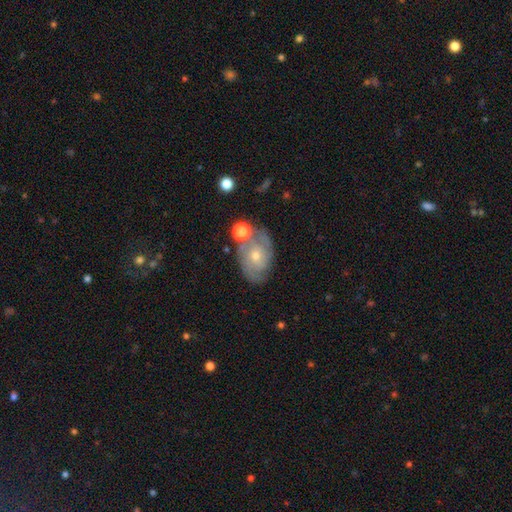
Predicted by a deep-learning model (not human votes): Smooth or featured: featured or disk — 66% (smooth — 25%)
Edge-on disk: no — 96% (yes — 4%)
Bar: no — 78% (weak — 19%)
Spiral arms: yes — 81% (no — 19%)
Spiral winding: tight — 52% (medium — 36%)
Spiral arm count: 2 — 47% (can't tell — 33%)
Bulge size: small — 58% (moderate — 38%)
Merging: none — 64% (minor disturbance — 19%)